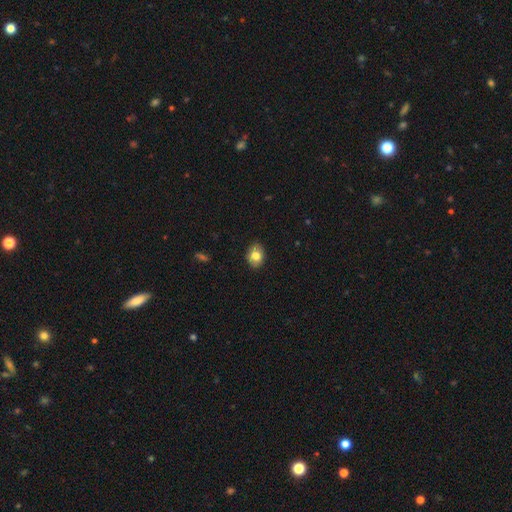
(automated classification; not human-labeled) Smooth or featured: smooth — 78% (featured or disk — 14%)
How rounded: in between — 64% (round — 35%)
Merging: none — 86% (minor disturbance — 11%)